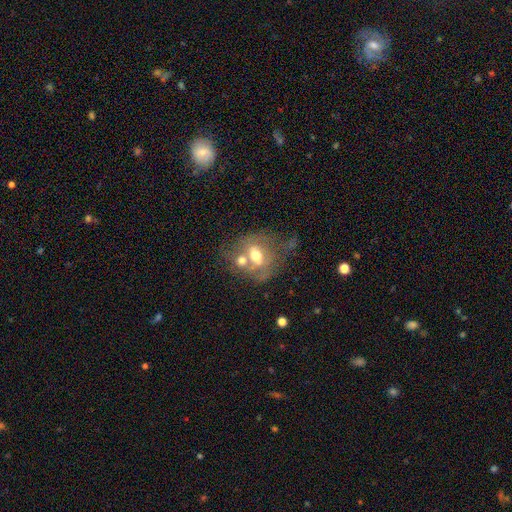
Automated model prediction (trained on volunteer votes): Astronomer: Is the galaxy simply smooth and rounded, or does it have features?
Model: featured or disk — 49% (runner-up: smooth, 41%).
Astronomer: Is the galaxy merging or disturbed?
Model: merger — 43% (runner-up: none, 31%).